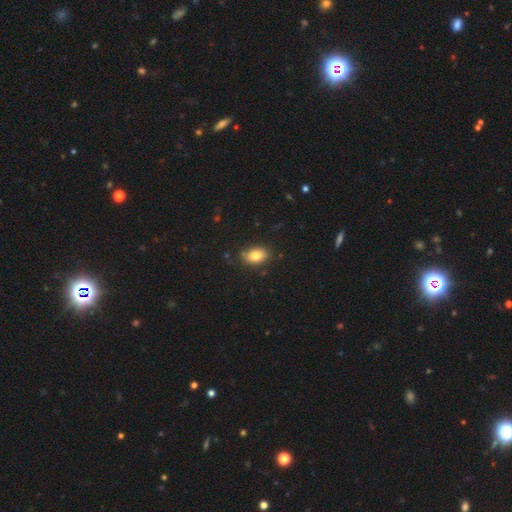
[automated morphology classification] The model was most divided on "how rounded": in between: 82%, round: 17%, cigar-shaped: 1%. More confident: smooth or featured — smooth (82%); merging — none (82%).